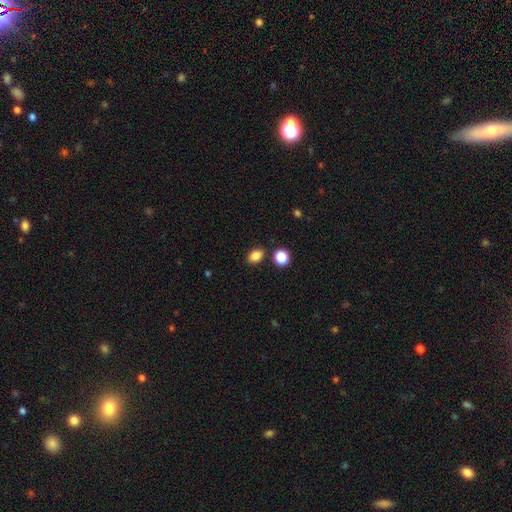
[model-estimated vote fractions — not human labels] smooth 85%, star or artifact 11%, featured or disk 4%. Down the decision tree: how rounded — in between (70%); merging — none (82%).